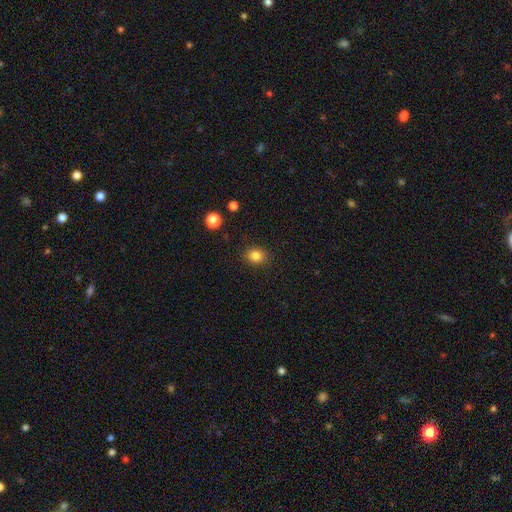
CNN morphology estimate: Overall: smooth (83%). How rounded: round (62%; in between 37%). Merging: none (88%).